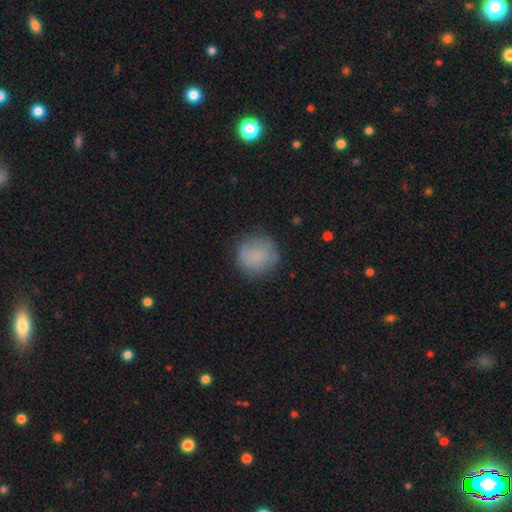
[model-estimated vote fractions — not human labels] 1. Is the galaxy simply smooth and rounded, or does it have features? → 81% smooth, 11% featured or disk, 8% star or artifact.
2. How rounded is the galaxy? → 91% round, 8% in between, 1% cigar-shaped.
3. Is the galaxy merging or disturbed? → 76% none, 17% minor disturbance, 5% major disturbance, 1% merger.